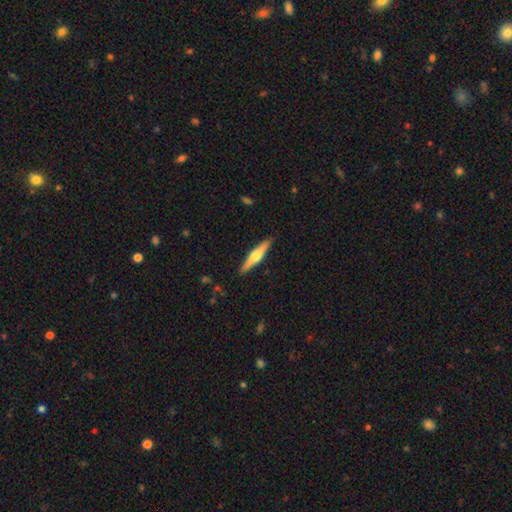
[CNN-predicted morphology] This appears to be a featured or disk galaxy (61%) viewed edge-on (97%) with a rounded central bulge (91%). Merging: none (90%).